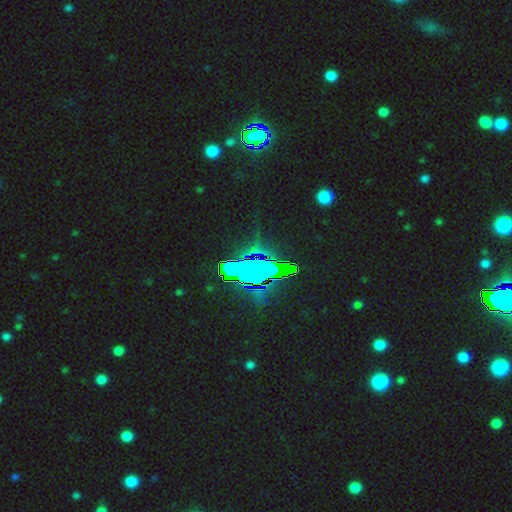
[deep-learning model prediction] Morphology: type=star or artifact (71%).